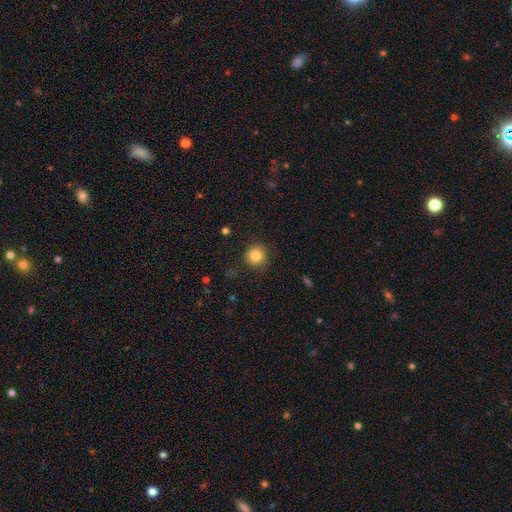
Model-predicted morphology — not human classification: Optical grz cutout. It shows a smooth galaxy with no disk features (83%) that is round (93%). Merging: none (87%).